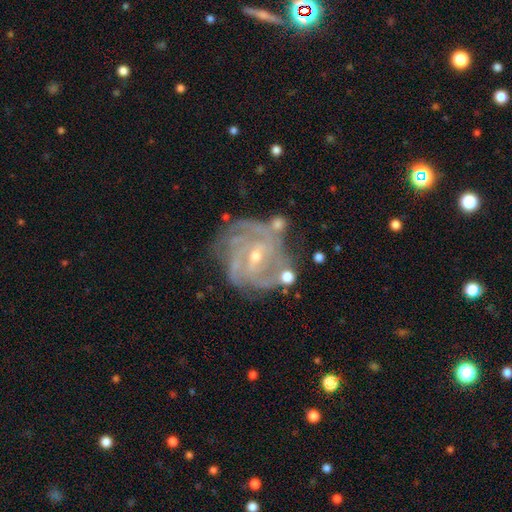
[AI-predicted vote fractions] Morphology: type=featured or disk (88%); edge-on=no (97%); bar=weak (50%); spiral arms=yes (96%); winding=tight (63%); arm count=4 (27%); bulge=small (67%); merging=none (60%).